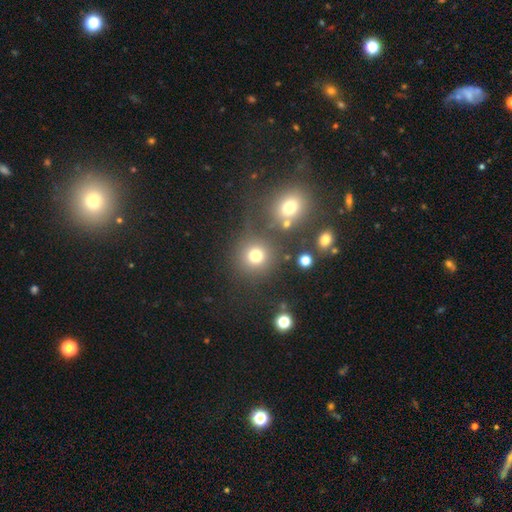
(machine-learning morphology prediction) Q: Smooth or featured?
A: smooth (74%); runner-up: star or artifact (18%)
Q: How rounded?
A: round (90%); runner-up: in between (9%)
Q: Merging?
A: none (72%); runner-up: merger (13%)